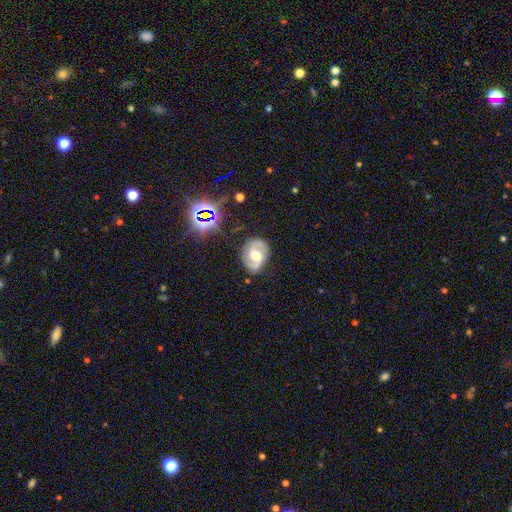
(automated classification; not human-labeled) Smooth or featured?
  - featured or disk: 78% *
  - smooth: 15%
  - star or artifact: 8%
Edge-on disk?
  - no: 97% *
  - yes: 3%
Bar?
  - weak: 47% *
  - no: 35%
  - strong: 18%
Spiral arms?
  - yes: 92% *
  - no: 8%
Spiral winding?
  - medium: 51% *
  - tight: 31%
  - loose: 18%
Spiral arm count?
  - 2: 88% *
  - can't tell: 6%
  - 1: 3%
  - 3: 1%
  - 4: 1%
  - more than 4: 1%
Bulge size?
  - moderate: 62% *
  - large: 22%
  - small: 12%
  - none: 3%
  - dominant: 2%
Merging?
  - none: 78% *
  - minor disturbance: 15%
  - major disturbance: 5%
  - merger: 2%